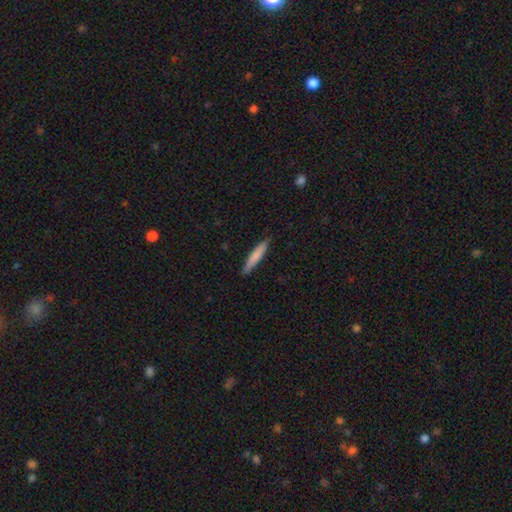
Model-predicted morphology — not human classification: This is likely a smooth galaxy (77%). How rounded: clearly cigar-shaped (92%). Merging: clearly none (88%).